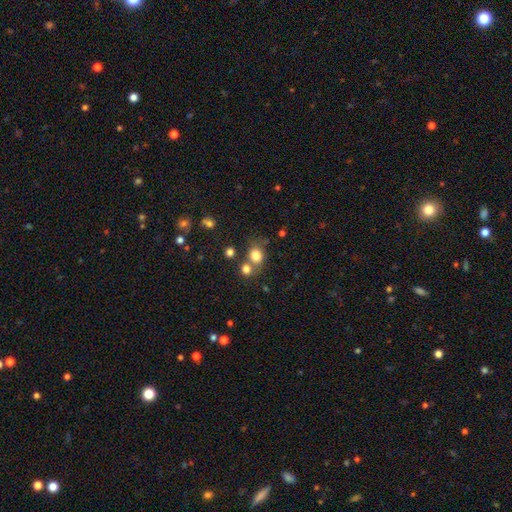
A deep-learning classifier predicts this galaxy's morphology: The model was most divided on "merging": none: 56%, merger: 28%, minor disturbance: 11%, major disturbance: 5%. More confident: smooth or featured — smooth (79%); how rounded — round (70%).